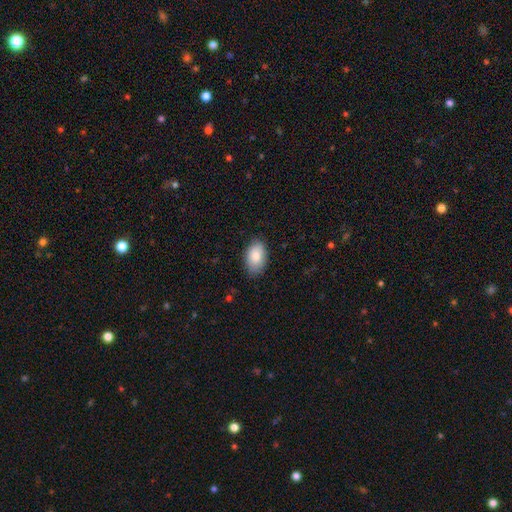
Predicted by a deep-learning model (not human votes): A smooth galaxy with no disk features (84%) that is in between round and cigar-shaped (93%). Merging: none (81%).